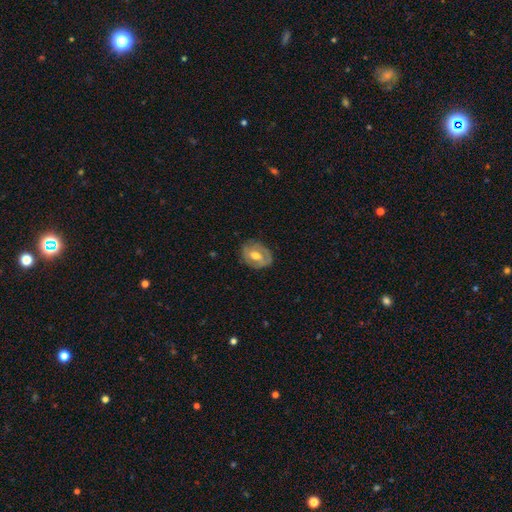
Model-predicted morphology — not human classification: A featured or disk galaxy (57%) with a weak bar (43%), spiral arms (54%) and a moderate central bulge (73%). Merging: none (73%).